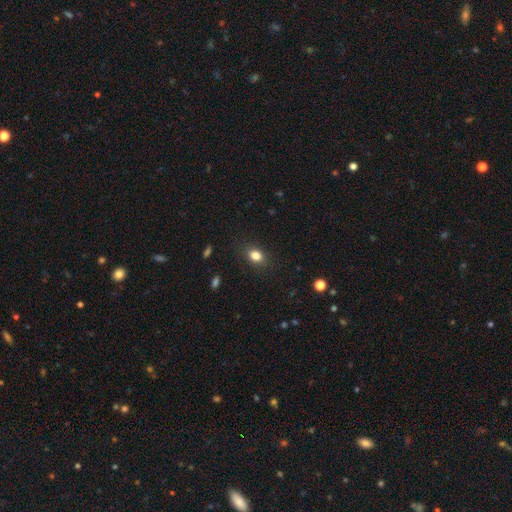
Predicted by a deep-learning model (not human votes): The model was most divided on "how rounded": in between: 68%, round: 30%, cigar-shaped: 2%. More confident: merging — none (85%); smooth or featured — smooth (83%).